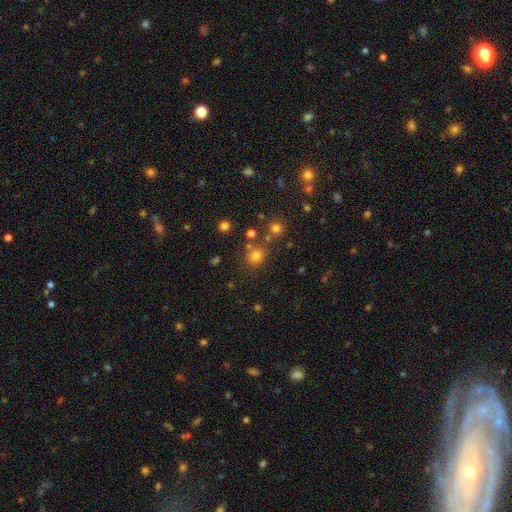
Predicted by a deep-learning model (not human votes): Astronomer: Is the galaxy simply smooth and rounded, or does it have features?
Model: smooth — 74%.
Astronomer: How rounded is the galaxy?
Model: round — 81%.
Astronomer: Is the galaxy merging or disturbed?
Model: none — 72%.